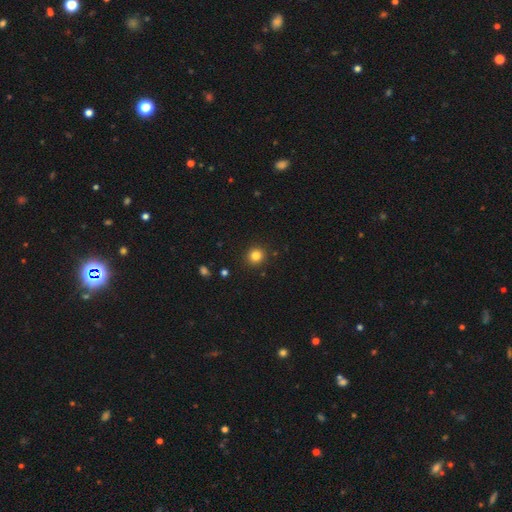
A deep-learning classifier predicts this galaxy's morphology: This is clearly a smooth galaxy (83%). How rounded: clearly round (91%). Merging: clearly none (91%).